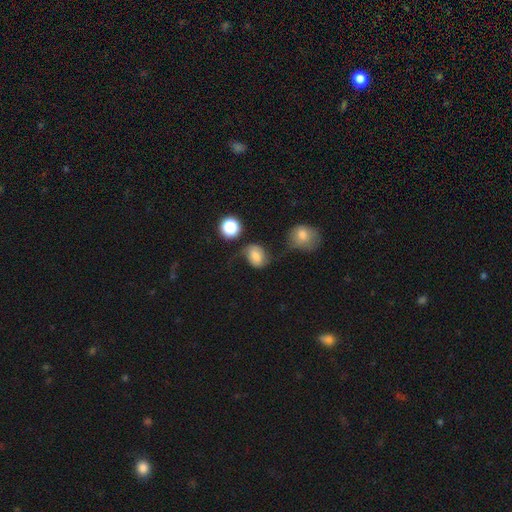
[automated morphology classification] Overall: smooth (59%; featured or disk 30%). How rounded: round (54%; in between 45%). Merging: none (49%; minor disturbance 25%).